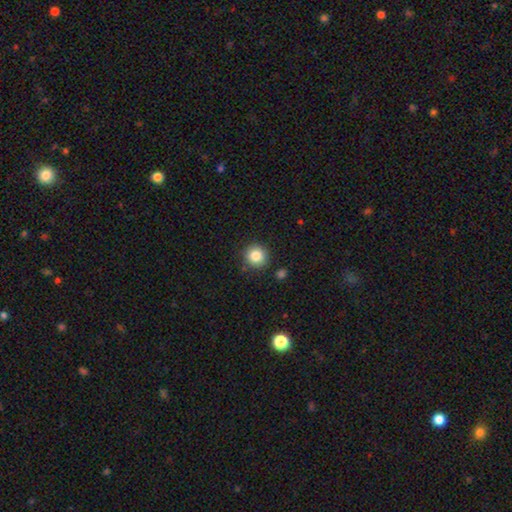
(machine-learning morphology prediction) Smooth or featured?
  - smooth: 84% *
  - star or artifact: 10%
  - featured or disk: 6%
How rounded?
  - round: 93% *
  - in between: 6%
  - cigar-shaped: 1%
Merging?
  - none: 87% *
  - minor disturbance: 8%
  - merger: 3%
  - major disturbance: 2%